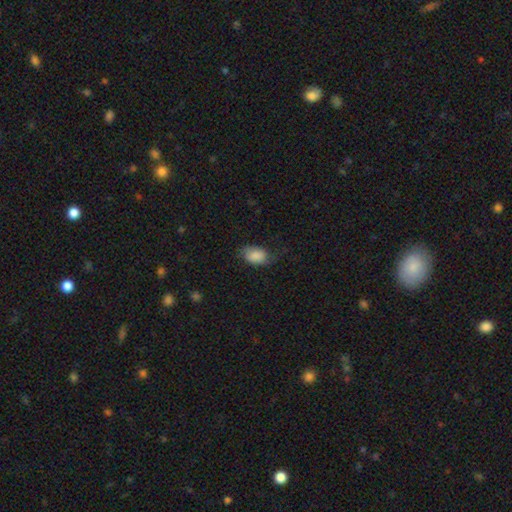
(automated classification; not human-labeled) A smooth galaxy with no disk features (79%) that is in between round and cigar-shaped (88%).

Vote fractions:
- Smooth or featured? smooth: 79% / featured or disk: 13% / star or artifact: 7%
- How rounded? in between: 88% / round: 11% / cigar-shaped: 1%
- Merging? none: 57% / minor disturbance: 28% / major disturbance: 13% / merger: 1%